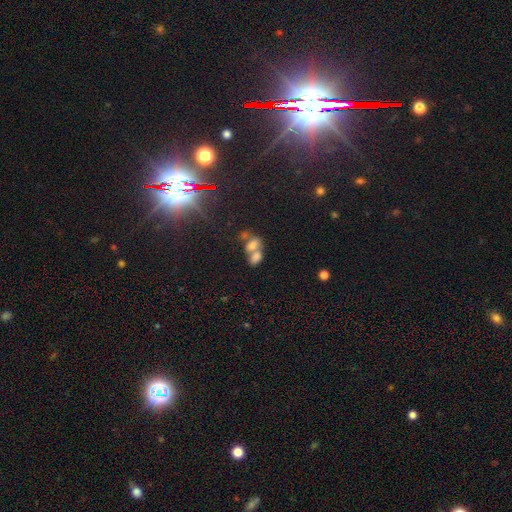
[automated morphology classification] Smooth or featured? Predicted: smooth (p=0.67). How rounded? Predicted: in between (p=0.83). Merging? Predicted: merger (p=0.68).